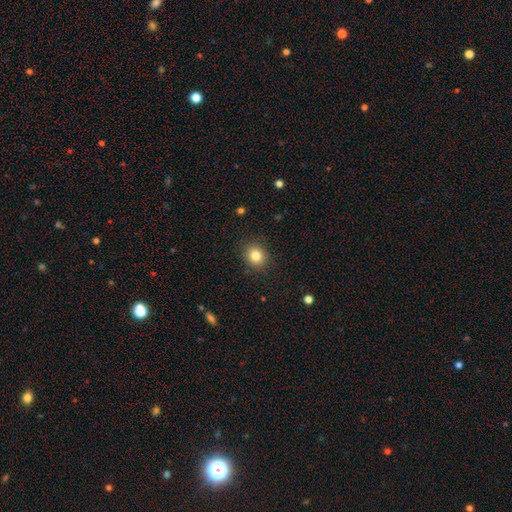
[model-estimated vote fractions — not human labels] Morphology: type=smooth (82%); roundness=round (75%); merging=none (89%).